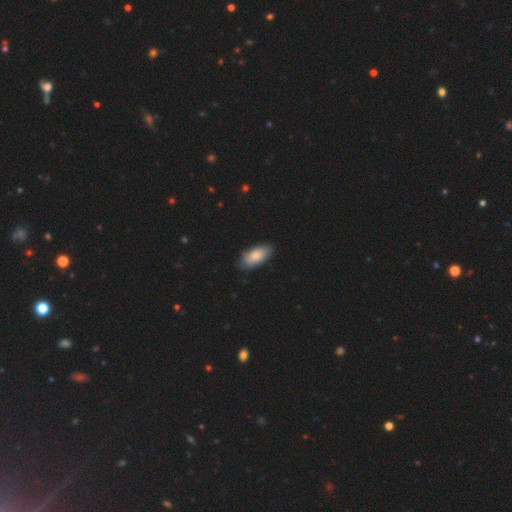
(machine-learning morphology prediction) A smooth galaxy with no disk features (84%) that is in between round and cigar-shaped (90%). Merging: none (78%).